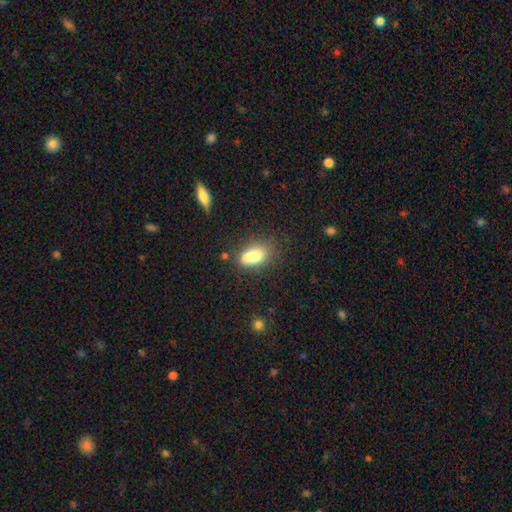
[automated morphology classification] A smooth galaxy with no disk features (77%) that is in between round and cigar-shaped (86%). Merging: none (49%).